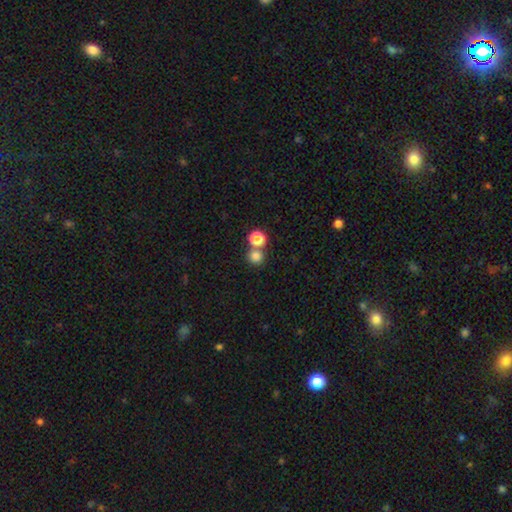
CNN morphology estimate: This is likely a smooth galaxy (79%). How rounded: clearly round (90%). Merging: likely none (60%).